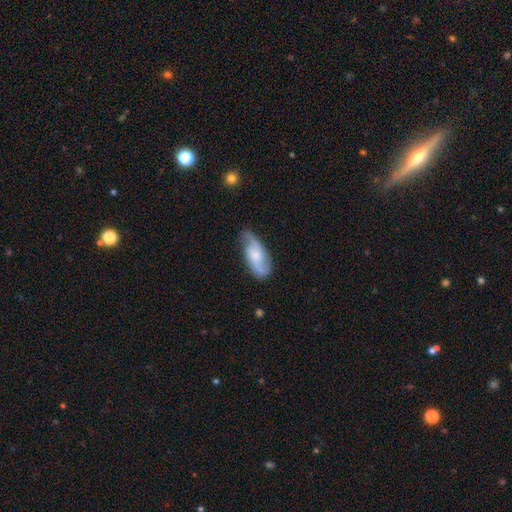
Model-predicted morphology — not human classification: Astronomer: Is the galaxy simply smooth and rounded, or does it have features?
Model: featured or disk — 62%.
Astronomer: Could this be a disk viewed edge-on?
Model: no — 92%.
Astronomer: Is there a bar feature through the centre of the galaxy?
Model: no — 58% (runner-up: weak, 35%).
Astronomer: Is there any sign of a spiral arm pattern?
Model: yes — 92%.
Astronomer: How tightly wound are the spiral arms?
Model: medium — 42% (runner-up: loose, 40%).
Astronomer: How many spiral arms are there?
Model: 2 — 82%.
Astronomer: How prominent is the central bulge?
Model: moderate — 42% (runner-up: small, 37%).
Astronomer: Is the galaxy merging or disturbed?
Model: none — 67%.